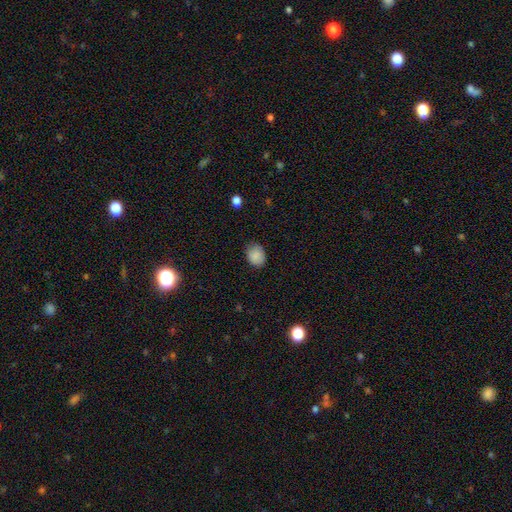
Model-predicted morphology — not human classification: type=smooth (87%); roundness=in between (58%); merging=none (78%).